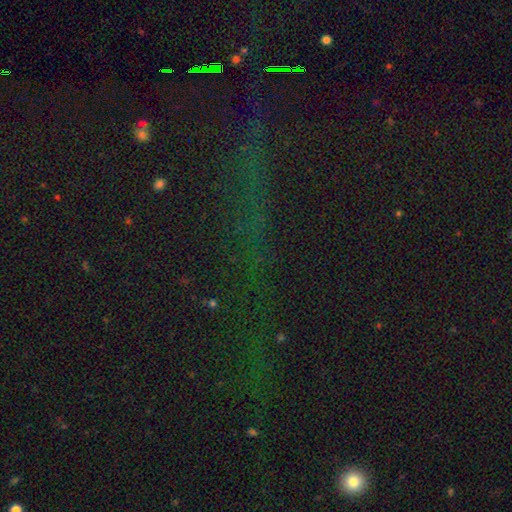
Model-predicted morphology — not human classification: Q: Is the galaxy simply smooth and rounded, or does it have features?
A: star or artifact — 75%.